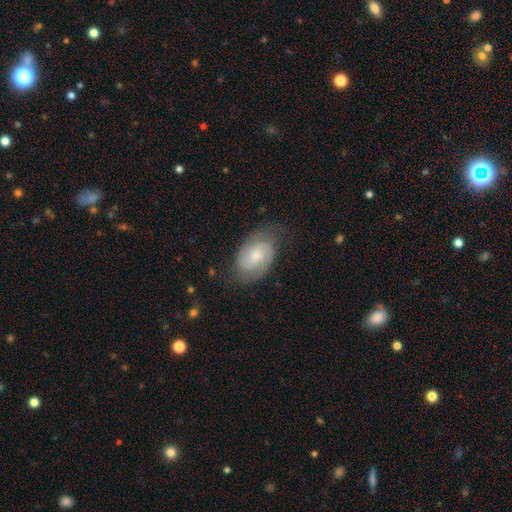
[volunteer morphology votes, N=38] Smooth or featured: featured or disk — 68% (smooth — 32%)
Edge-on disk: no — 96% (yes — 4%)
Bar: weak — 44% (no — 32%)
Spiral arms: yes — 96% (no — 4%)
Spiral winding: medium — 58% (loose — 25%)
Spiral arm count: 2 — 92% (can't tell — 8%)
Bulge size: moderate — 48% (small — 44%)
Merging: none — 82% (minor disturbance — 11%)